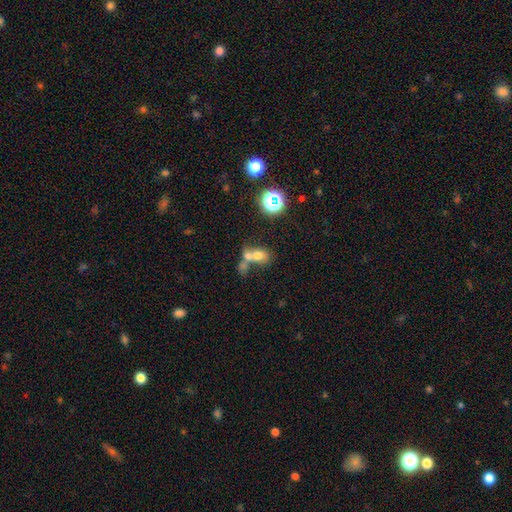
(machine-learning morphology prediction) Overall: smooth (62%). How rounded: in between (56%; round 42%). Merging: merger (64%).